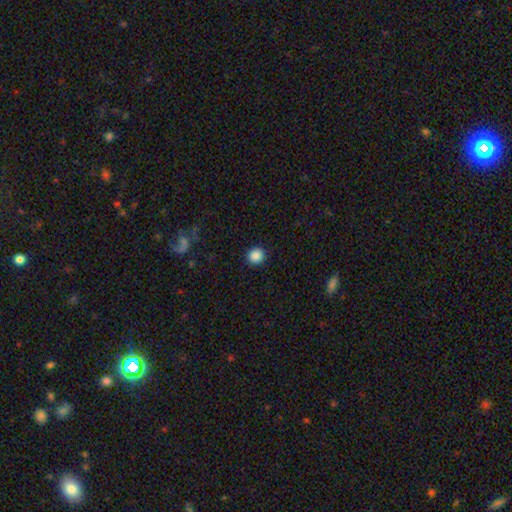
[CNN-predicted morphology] Smooth or featured? smooth (87%)
How rounded? round (89%)
Merging? none (90%)